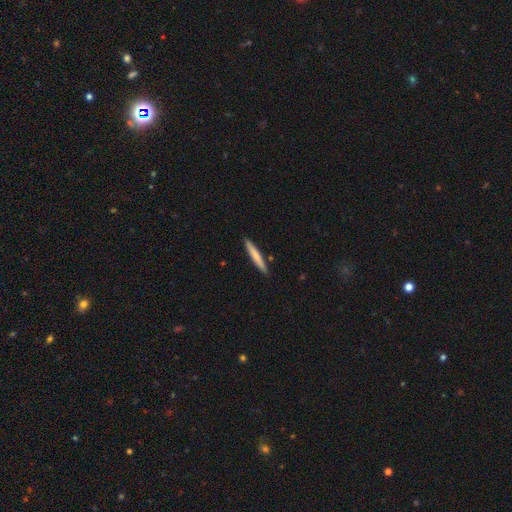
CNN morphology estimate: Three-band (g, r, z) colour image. It shows a smooth galaxy with no disk features (71%) that is cigar-shaped (95%). Merging: none (90%).